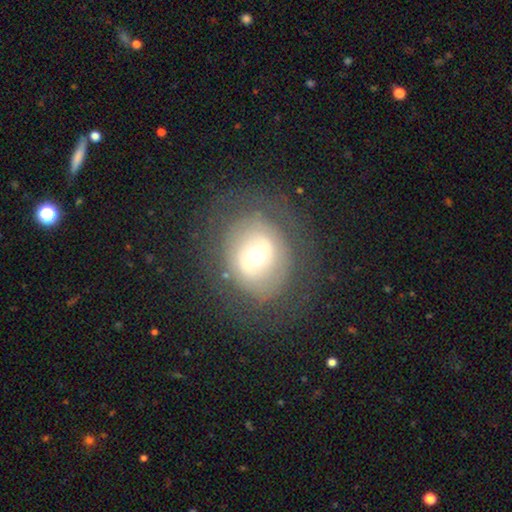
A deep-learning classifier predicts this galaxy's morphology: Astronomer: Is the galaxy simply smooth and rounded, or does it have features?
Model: featured or disk — 54% (runner-up: smooth, 35%).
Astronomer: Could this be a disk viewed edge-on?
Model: no — 95%.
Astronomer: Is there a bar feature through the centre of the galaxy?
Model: no — 43% (runner-up: weak, 36%).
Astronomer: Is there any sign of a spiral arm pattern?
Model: no — 62% (runner-up: yes, 38%).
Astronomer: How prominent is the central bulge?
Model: moderate — 64%.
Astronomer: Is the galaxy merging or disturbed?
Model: none — 77%.